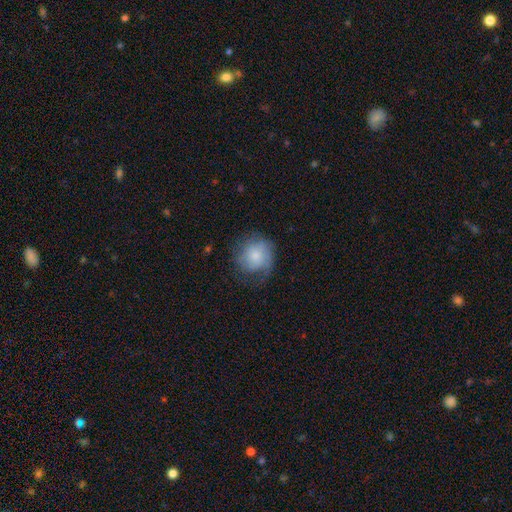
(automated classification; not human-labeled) smooth_or_featured: smooth (p=0.66) [alt: featured or disk p=0.27]
how_rounded: round (p=0.85) [alt: in between p=0.14]
merging: none (p=0.54) [alt: minor disturbance p=0.27]